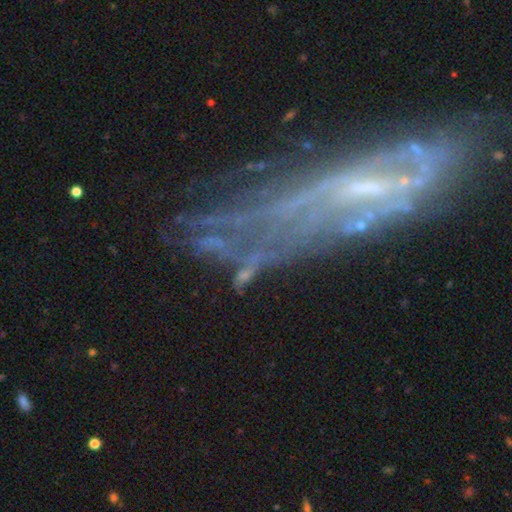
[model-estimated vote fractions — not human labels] smooth_or_featured: featured or disk (p=0.74) [alt: smooth p=0.13]
disk_edge_on: no (p=0.72) [alt: yes p=0.28]
bar: no (p=0.40) [alt: weak p=0.36]
has_spiral_arms: yes (p=0.64) [alt: no p=0.36]
bulge_size: small (p=0.52) [alt: none p=0.25]
merging: none (p=0.55) [alt: minor disturbance p=0.22]